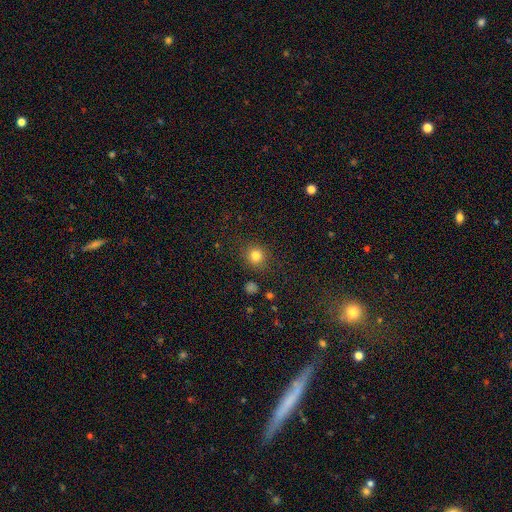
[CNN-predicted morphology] The model was most divided on "smooth or featured": smooth: 81%, star or artifact: 13%, featured or disk: 6%. More confident: how rounded — round (89%); merging — none (87%).